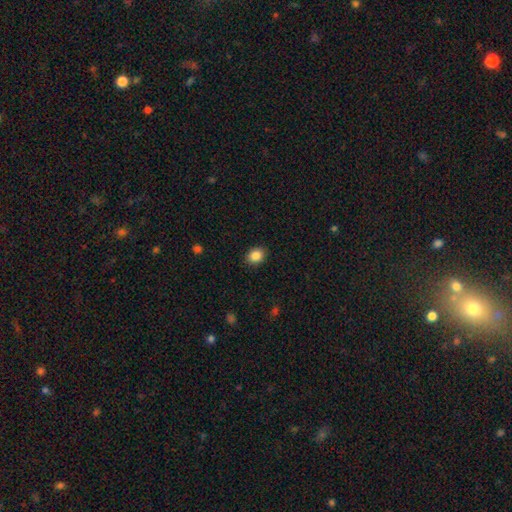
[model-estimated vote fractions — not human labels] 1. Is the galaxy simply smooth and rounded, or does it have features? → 86% smooth, 9% star or artifact, 5% featured or disk.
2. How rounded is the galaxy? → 50% in between, 49% round, 1% cigar-shaped.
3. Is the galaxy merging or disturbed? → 90% none, 7% minor disturbance, 2% major disturbance, 1% merger.